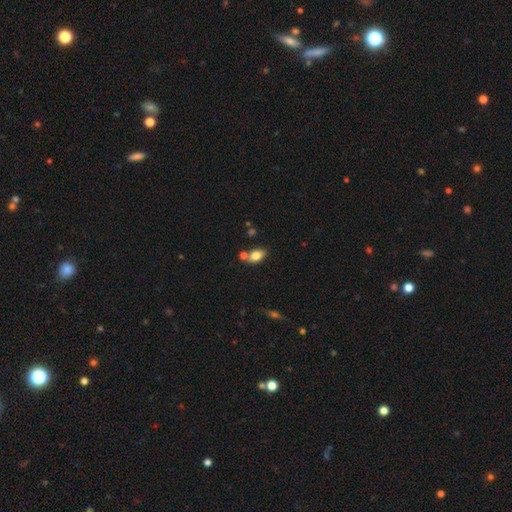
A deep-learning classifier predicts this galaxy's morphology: smooth-or-featured: smooth: 82% | featured or disk: 9% | star or artifact: 9%
  how-rounded: in between: 88% | round: 10% | cigar-shaped: 2%
  merging: none: 63% | merger: 21% | minor disturbance: 12% | major disturbance: 3%